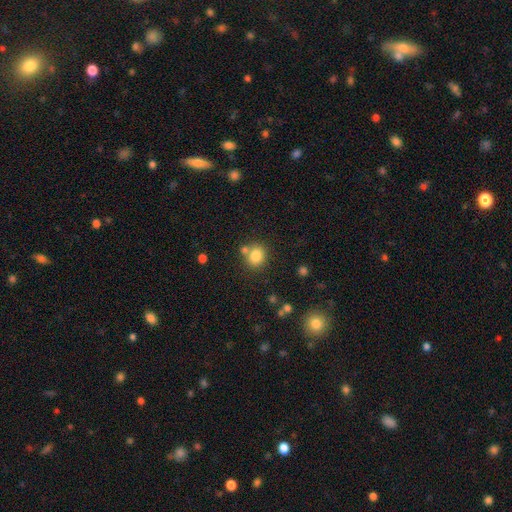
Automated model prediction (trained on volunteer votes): smooth_or_featured: smooth (p=0.81) [alt: star or artifact p=0.11]
how_rounded: round (p=0.76) [alt: in between p=0.23]
merging: none (p=0.67) [alt: merger p=0.19]